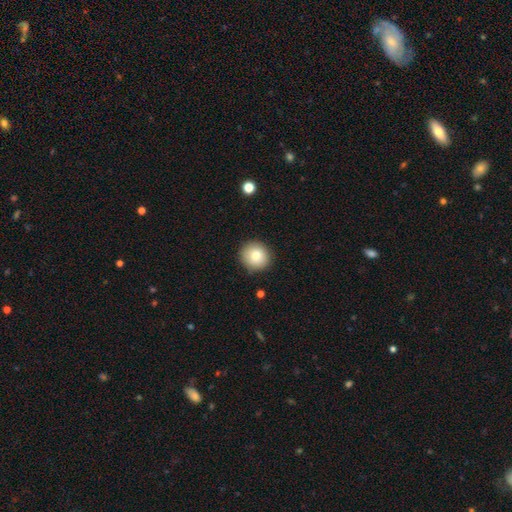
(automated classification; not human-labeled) smooth-or-featured: smooth: 84% | star or artifact: 9% | featured or disk: 8%
  how-rounded: round: 89% | in between: 10% | cigar-shaped: 1%
  merging: none: 87% | minor disturbance: 9% | major disturbance: 2% | merger: 1%